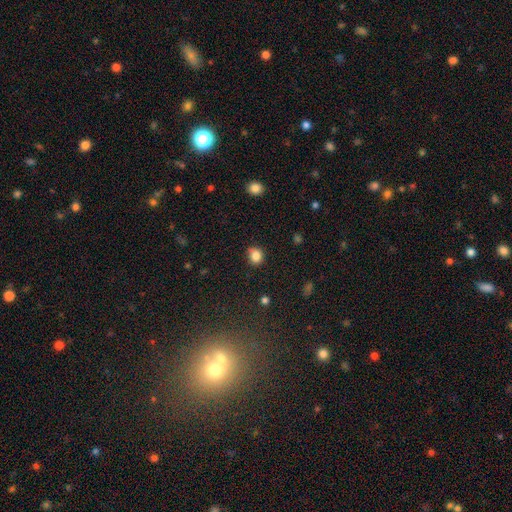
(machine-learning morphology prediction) Q: Smooth or featured?
A: smooth (85%); runner-up: star or artifact (10%)
Q: How rounded?
A: round (73%); runner-up: in between (26%)
Q: Merging?
A: none (77%); runner-up: minor disturbance (18%)